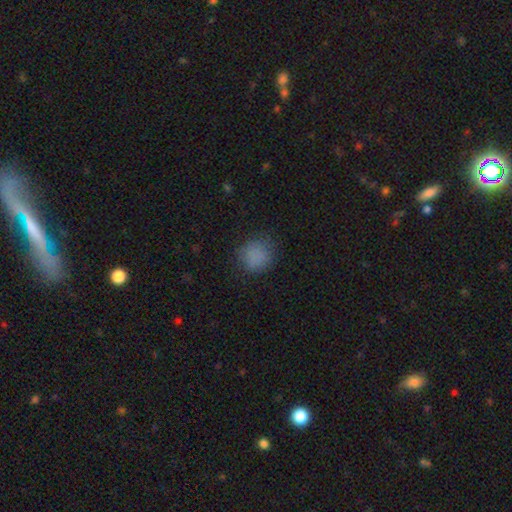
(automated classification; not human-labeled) smooth_or_featured: smooth (p=0.82) [alt: star or artifact p=0.13]
how_rounded: round (p=0.85) [alt: in between p=0.14]
merging: none (p=0.77) [alt: minor disturbance p=0.16]